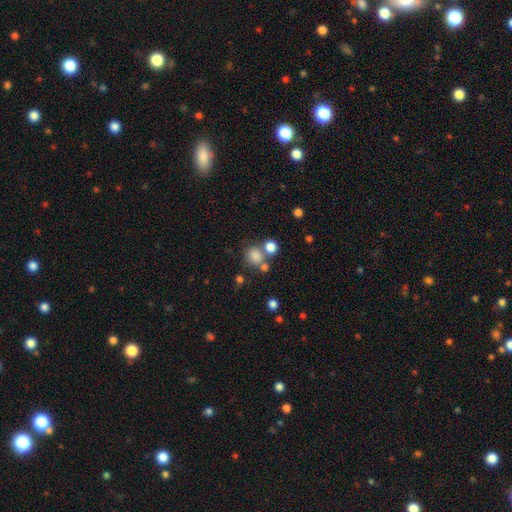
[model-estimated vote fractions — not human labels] Q: Smooth or featured?
A: smooth (79%); runner-up: star or artifact (14%)
Q: How rounded?
A: round (67%); runner-up: in between (32%)
Q: Merging?
A: none (56%); runner-up: merger (27%)